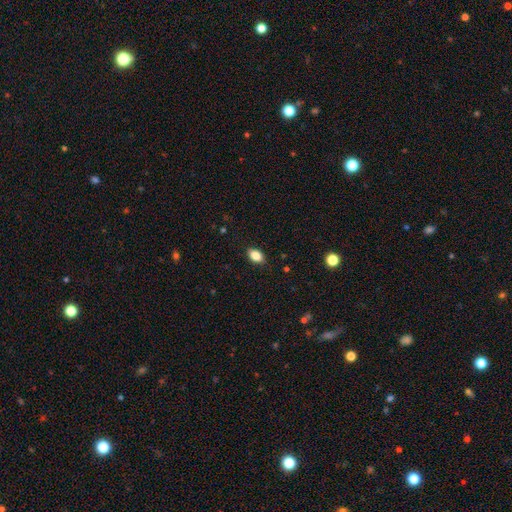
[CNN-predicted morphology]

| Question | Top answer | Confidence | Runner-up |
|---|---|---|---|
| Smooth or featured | smooth | 86% | star or artifact (8%) |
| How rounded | in between | 86% | round (12%) |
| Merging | none | 88% | minor disturbance (9%) |